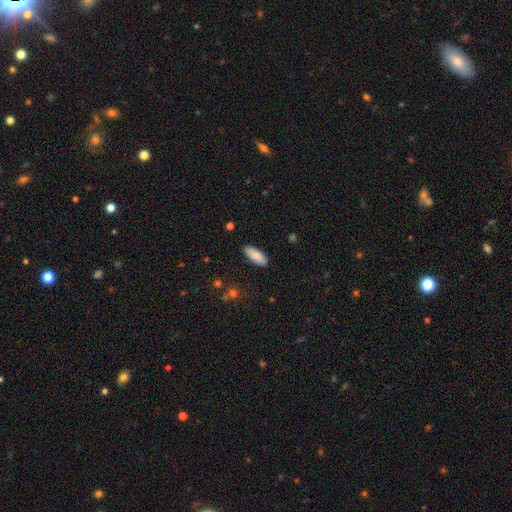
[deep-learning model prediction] smooth 86%, featured or disk 8%, star or artifact 6%. Down the decision tree: how rounded — in between (76%); merging — none (87%).